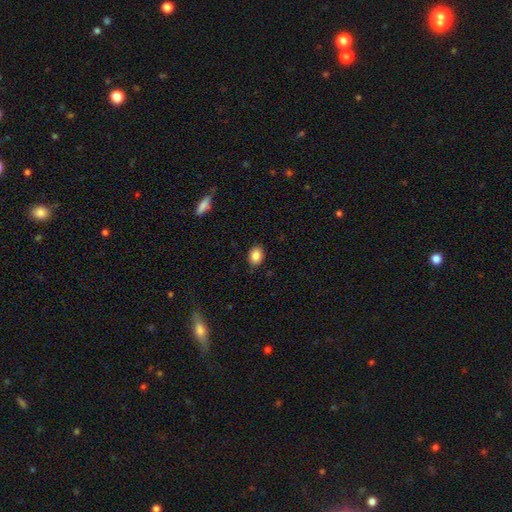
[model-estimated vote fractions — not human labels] Smooth or featured: smooth — 86% (star or artifact — 9%)
How rounded: in between — 69% (round — 30%)
Merging: none — 86% (minor disturbance — 11%)